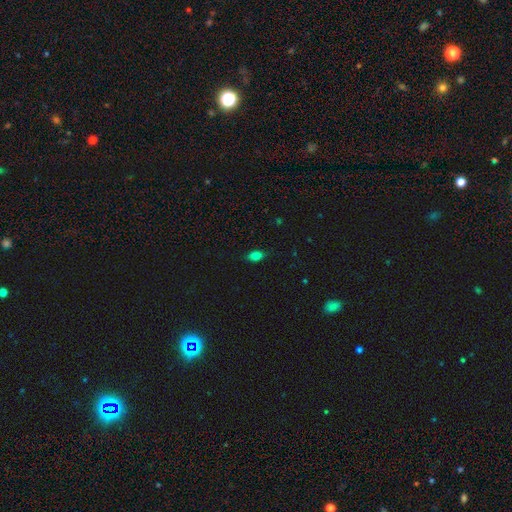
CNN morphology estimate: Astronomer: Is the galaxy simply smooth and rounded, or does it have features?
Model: smooth — 80%.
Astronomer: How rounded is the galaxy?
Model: in between — 85%.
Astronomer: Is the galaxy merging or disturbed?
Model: none — 81%.